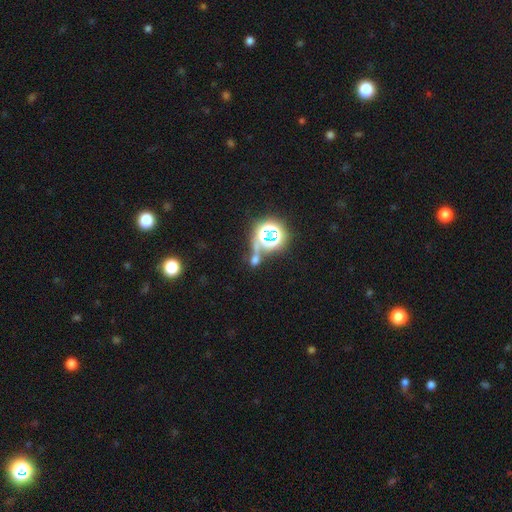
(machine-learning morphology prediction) Overall: star or artifact (55%; smooth 34%).